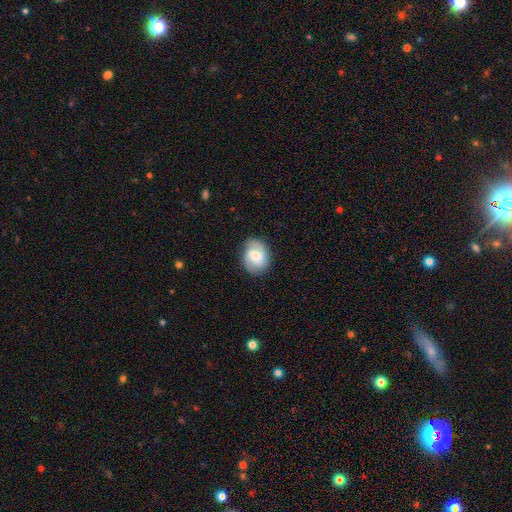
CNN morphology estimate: Overall: featured or disk (67%). Edge-on disk: no (97%). Bar: weak (52%; no 30%). Spiral arms: yes (91%). Spiral arm count: 2 (77%). Spiral winding: medium (45%; tight 38%). Bulge size: moderate (56%; small 31%). Merging: none (82%).